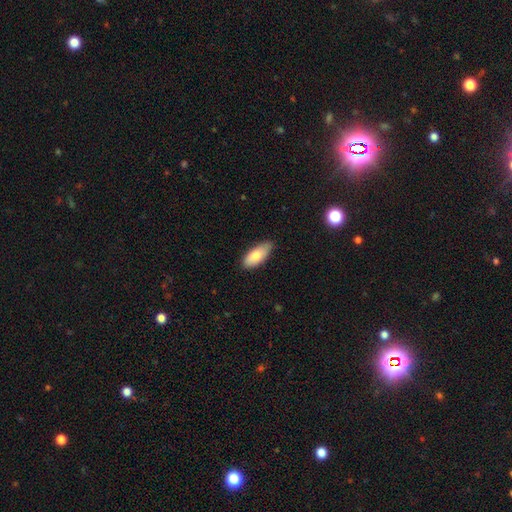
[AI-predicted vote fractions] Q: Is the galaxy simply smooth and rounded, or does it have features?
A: smooth — 79%.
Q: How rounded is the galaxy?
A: in between — 86%.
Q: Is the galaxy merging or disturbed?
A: none — 78%.